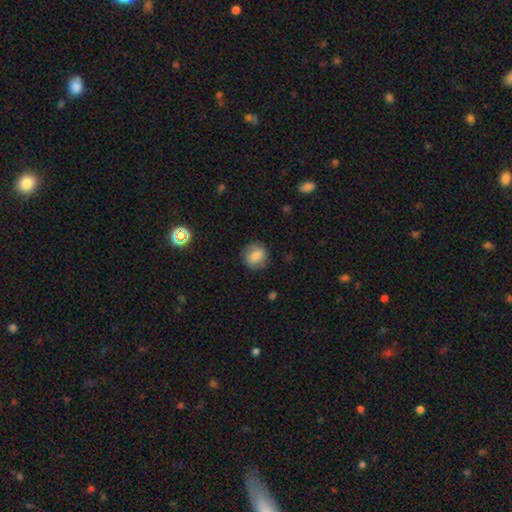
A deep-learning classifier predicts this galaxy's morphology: smooth-or-featured: smooth: 75% | featured or disk: 16% | star or artifact: 9%
  how-rounded: round: 82% | in between: 17% | cigar-shaped: 1%
  merging: none: 82% | minor disturbance: 13% | major disturbance: 4% | merger: 1%